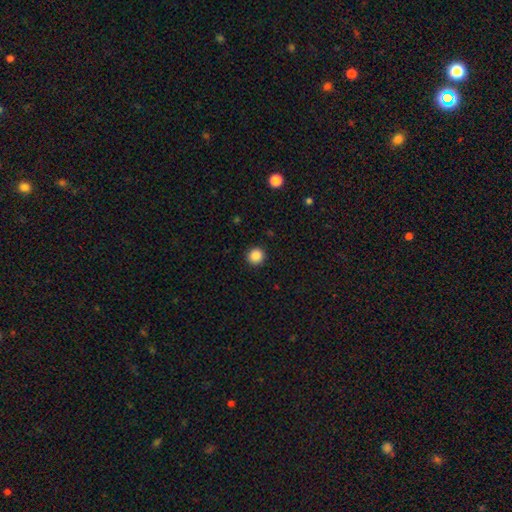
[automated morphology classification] smooth-or-featured: smooth: 88% | star or artifact: 10% | featured or disk: 3%
  how-rounded: round: 94% | in between: 5% | cigar-shaped: 1%
  merging: none: 92% | minor disturbance: 5% | major disturbance: 2% | merger: 1%